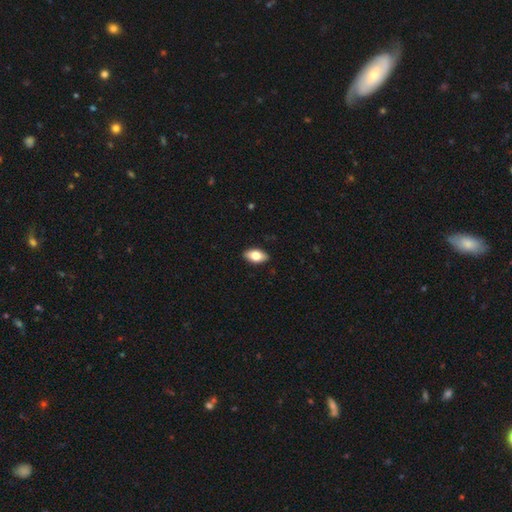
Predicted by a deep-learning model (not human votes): The model was most divided on "smooth or featured": smooth: 76%, featured or disk: 17%, star or artifact: 7%. More confident: how rounded — in between (92%); merging — none (90%).